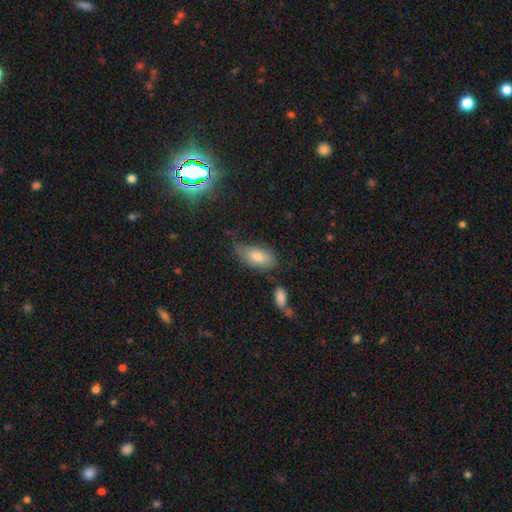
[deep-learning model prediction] Smooth or featured?
  - smooth: 72% *
  - featured or disk: 15%
  - star or artifact: 13%
How rounded?
  - in between: 90% *
  - cigar-shaped: 7%
  - round: 4%
Merging?
  - none: 58% *
  - minor disturbance: 29%
  - major disturbance: 8%
  - merger: 5%